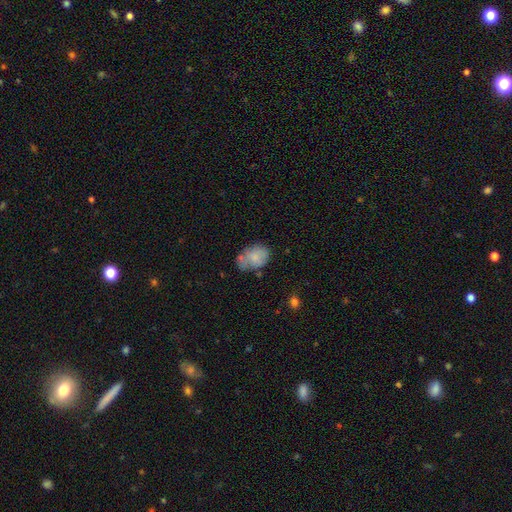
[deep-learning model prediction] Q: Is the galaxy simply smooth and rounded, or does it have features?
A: smooth — 73%.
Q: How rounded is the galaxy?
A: in between — 76%.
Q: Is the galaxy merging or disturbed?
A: none — 48%.